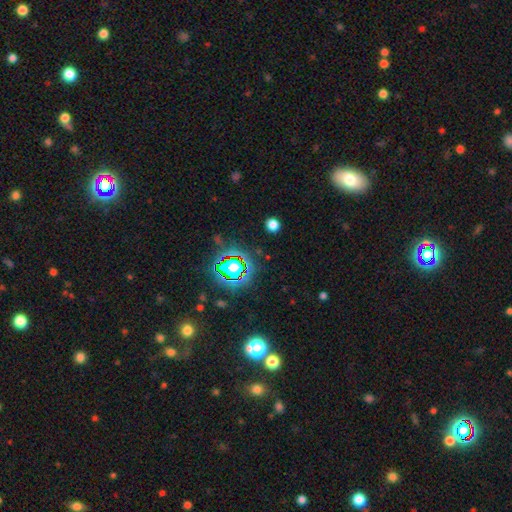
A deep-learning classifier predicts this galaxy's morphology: type=star or artifact (69%).